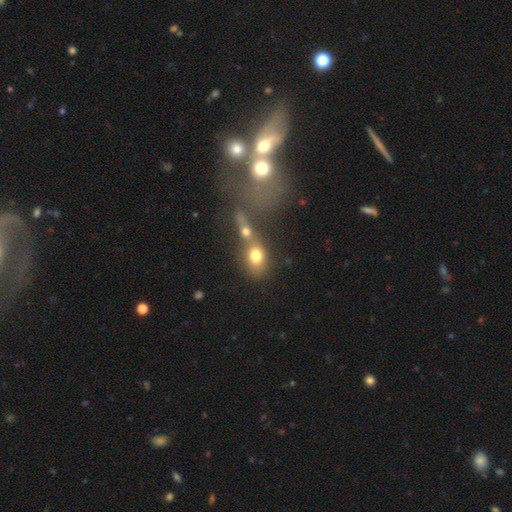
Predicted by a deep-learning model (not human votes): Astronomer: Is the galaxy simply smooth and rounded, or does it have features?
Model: smooth — 71%.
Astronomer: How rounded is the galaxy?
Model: in between — 53% (runner-up: round, 45%).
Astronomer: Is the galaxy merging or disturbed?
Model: merger — 51% (runner-up: none, 32%).